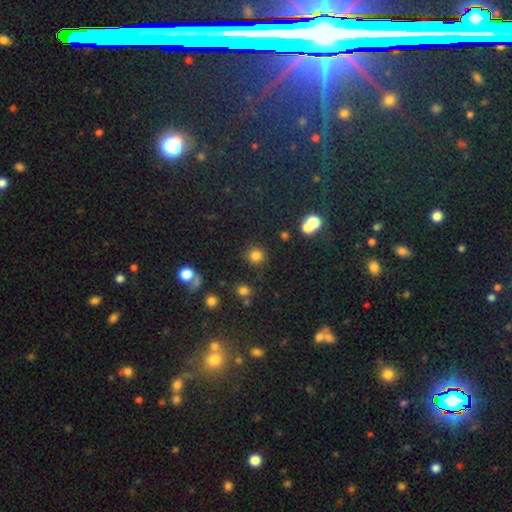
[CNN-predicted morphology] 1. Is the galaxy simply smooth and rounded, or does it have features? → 79% smooth, 15% star or artifact, 6% featured or disk.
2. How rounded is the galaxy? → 92% round, 7% in between, 1% cigar-shaped.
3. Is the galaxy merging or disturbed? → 85% none, 8% minor disturbance, 4% merger, 3% major disturbance.